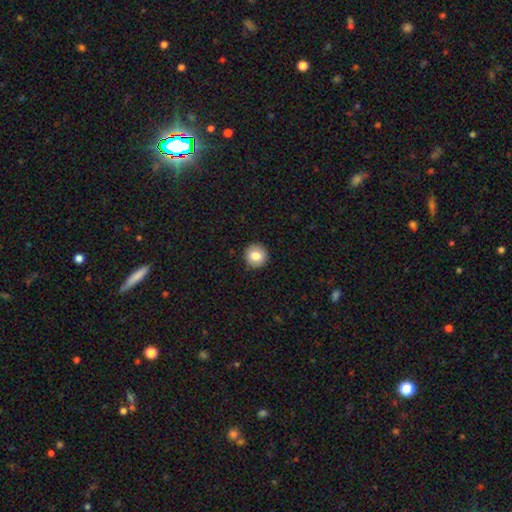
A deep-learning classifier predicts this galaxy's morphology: A smooth galaxy with no disk features (82%) that is round (94%).

Vote fractions:
- Smooth or featured? smooth: 82% / featured or disk: 10% / star or artifact: 8%
- How rounded? round: 94% / in between: 5% / cigar-shaped: 1%
- Merging? none: 91% / minor disturbance: 7% / major disturbance: 2% / merger: 1%